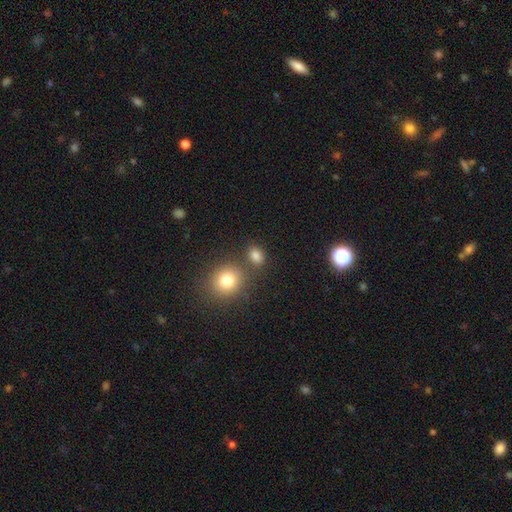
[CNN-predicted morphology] This is clearly a smooth galaxy (80%). How rounded: possibly in between (56%). Merging: likely none (71%).